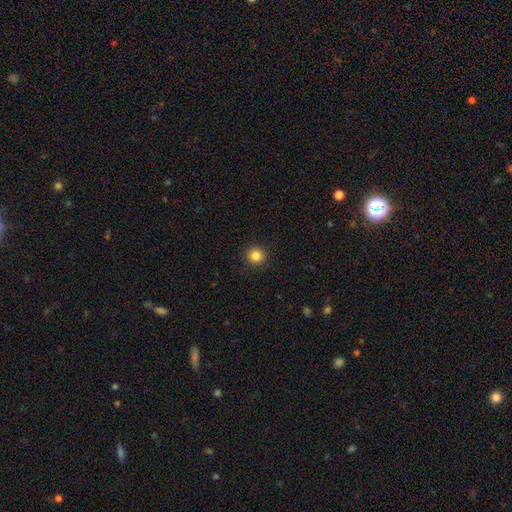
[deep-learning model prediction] Smooth or featured? smooth (84%)
How rounded? round (93%)
Merging? none (93%)